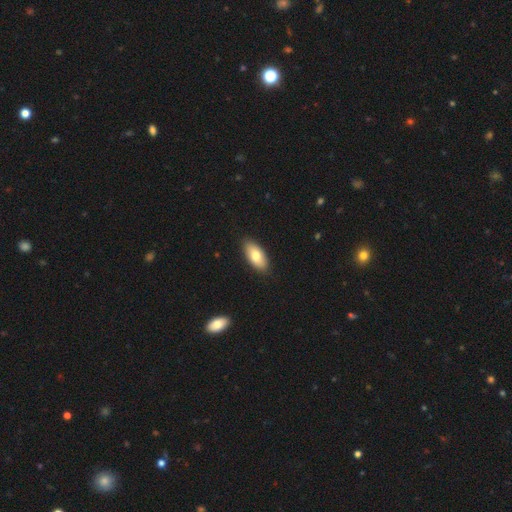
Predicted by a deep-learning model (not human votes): Smooth or featured: smooth — 78% (featured or disk — 16%)
How rounded: in between — 90% (cigar-shaped — 8%)
Merging: none — 88% (minor disturbance — 9%)